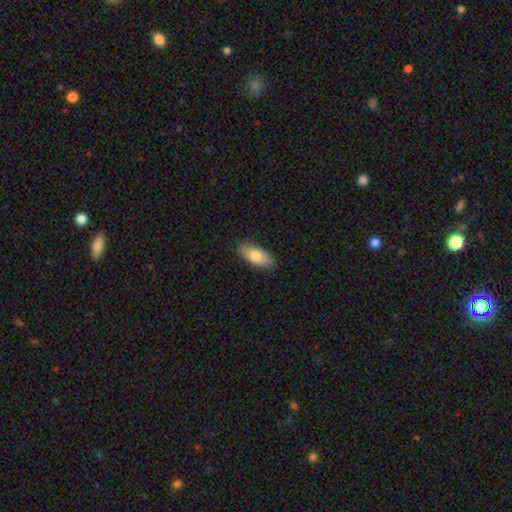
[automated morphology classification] Smooth or featured?
  - smooth: 76% *
  - featured or disk: 18%
  - star or artifact: 6%
How rounded?
  - in between: 82% *
  - cigar-shaped: 16%
  - round: 2%
Merging?
  - none: 86% *
  - minor disturbance: 11%
  - major disturbance: 2%
  - merger: 1%